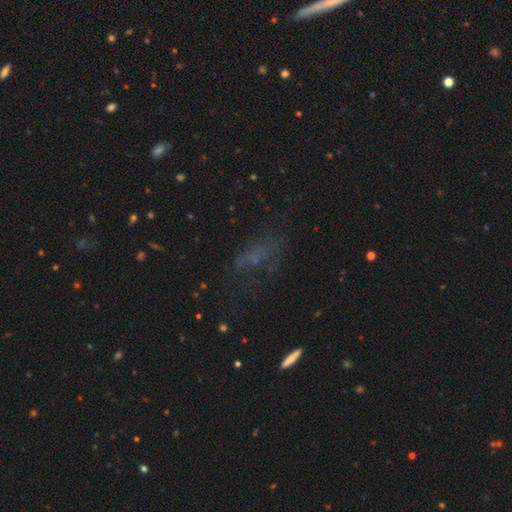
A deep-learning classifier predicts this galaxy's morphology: Smooth or featured?
  - smooth: 43% *
  - star or artifact: 29%
  - featured or disk: 28%
Merging?
  - none: 51% *
  - major disturbance: 25%
  - minor disturbance: 21%
  - merger: 3%